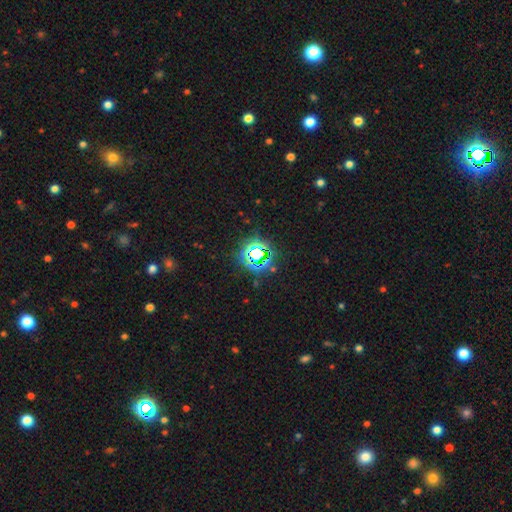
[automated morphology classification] A star or artifact, not a galaxy (74%).